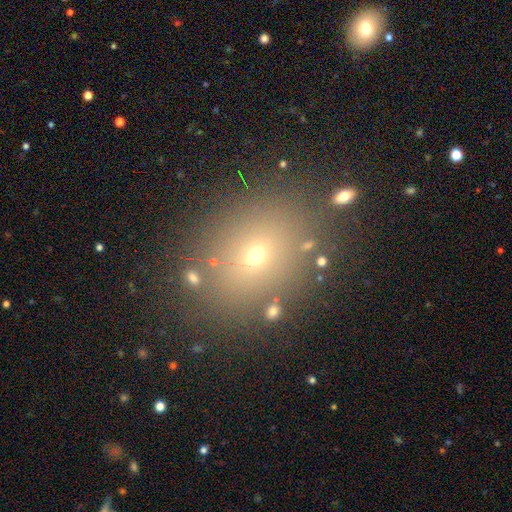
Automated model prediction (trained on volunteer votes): smooth 61%, star or artifact 27%, featured or disk 13%. Down the decision tree: how rounded — round (52%); merging — none (83%).